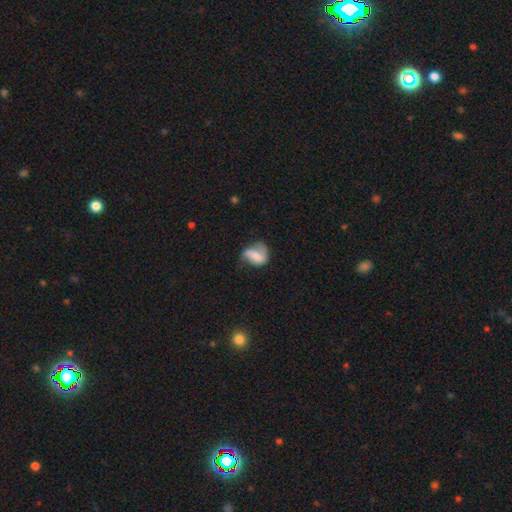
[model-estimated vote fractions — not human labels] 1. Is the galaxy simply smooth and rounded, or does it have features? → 48% smooth, 44% featured or disk, 8% star or artifact.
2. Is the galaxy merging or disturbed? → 41% none, 33% minor disturbance, 24% major disturbance, 3% merger.